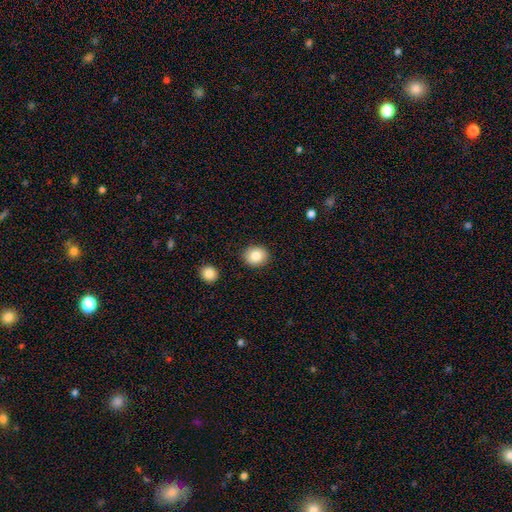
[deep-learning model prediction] A smooth galaxy with no disk features (83%) that is round (75%).

Vote fractions:
- Smooth or featured? smooth: 83% / star or artifact: 9% / featured or disk: 8%
- How rounded? round: 75% / in between: 24% / cigar-shaped: 1%
- Merging? none: 88% / minor disturbance: 8% / major disturbance: 2% / merger: 2%